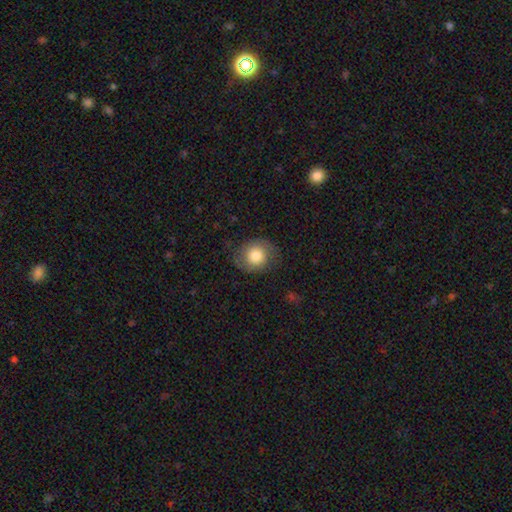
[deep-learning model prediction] This appears to be a smooth galaxy with no disk features (73%) that is round (77%). Merging: none (76%).